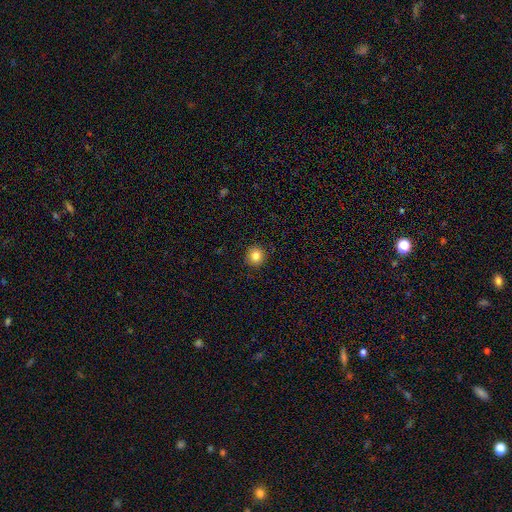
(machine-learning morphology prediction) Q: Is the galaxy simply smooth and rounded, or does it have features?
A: smooth — 84%.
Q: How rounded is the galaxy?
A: round — 93%.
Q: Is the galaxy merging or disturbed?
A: none — 92%.